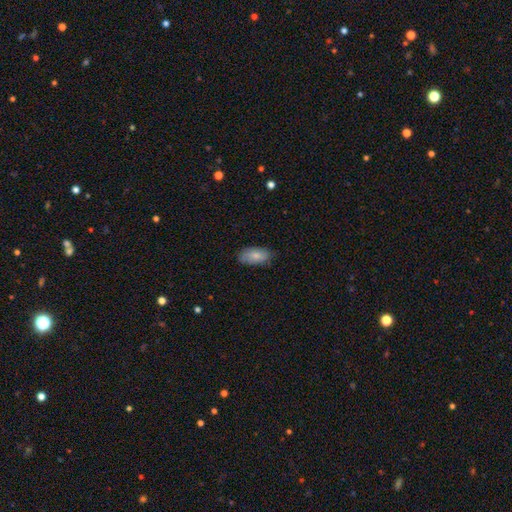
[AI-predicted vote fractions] Morphology: type=smooth (82%); roundness=in between (92%); merging=none (78%).